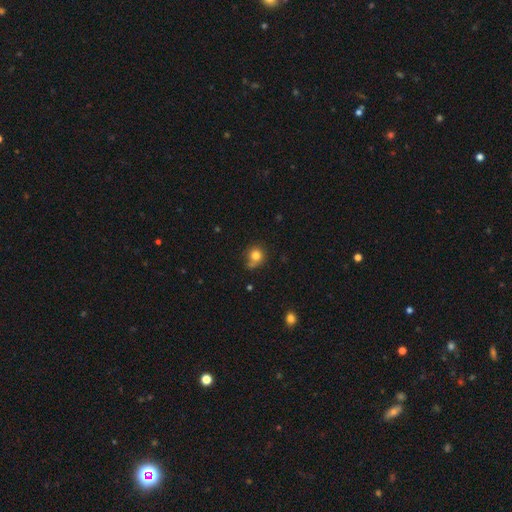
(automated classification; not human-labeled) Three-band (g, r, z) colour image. It shows a smooth galaxy with no disk features (80%) that is round (84%). Merging: none (61%).